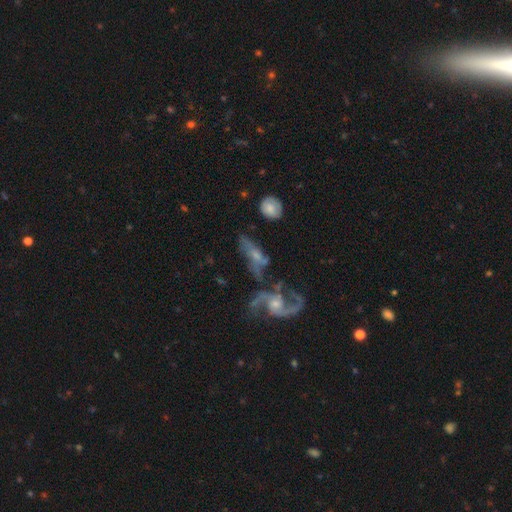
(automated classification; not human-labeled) This appears to be a featured or disk galaxy (67%) with no bar (63%), spiral arms (76%) and a small central bulge (46%). Merging: merger (31%).